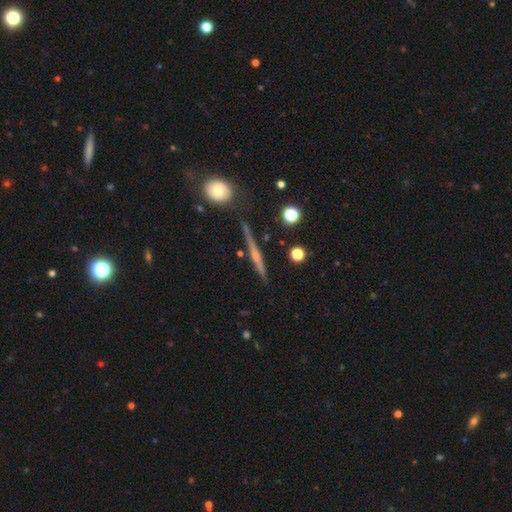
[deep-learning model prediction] Morphology: type=featured or disk (73%); edge-on=yes (97%); edge-on bulge=rounded (63%); merging=none (87%).